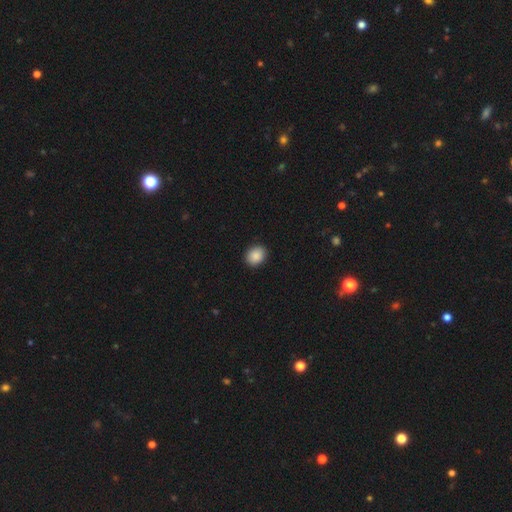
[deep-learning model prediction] smooth_or_featured: smooth (p=0.89) [alt: star or artifact p=0.08]
how_rounded: round (p=0.58) [alt: in between p=0.42]
merging: none (p=0.90) [alt: minor disturbance p=0.07]